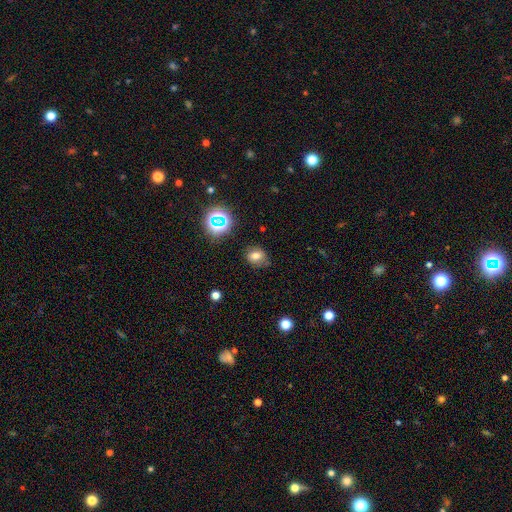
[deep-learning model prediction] A smooth galaxy with no disk features (69%) that is round (54%). Merging: none (72%).